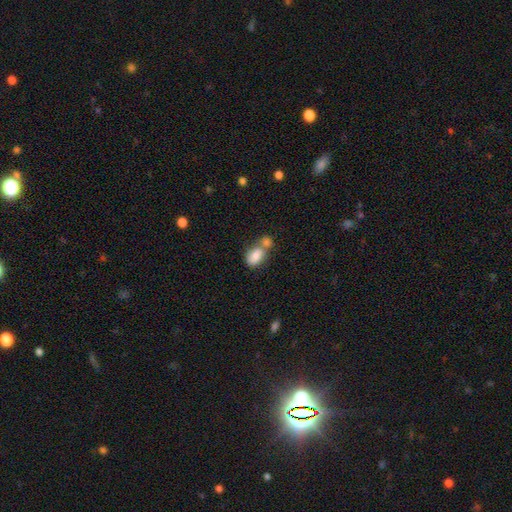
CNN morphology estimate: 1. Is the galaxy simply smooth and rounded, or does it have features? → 81% smooth, 11% featured or disk, 8% star or artifact.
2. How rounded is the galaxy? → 84% in between, 14% round, 2% cigar-shaped.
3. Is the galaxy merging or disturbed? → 52% merger, 32% none, 11% minor disturbance, 4% major disturbance.